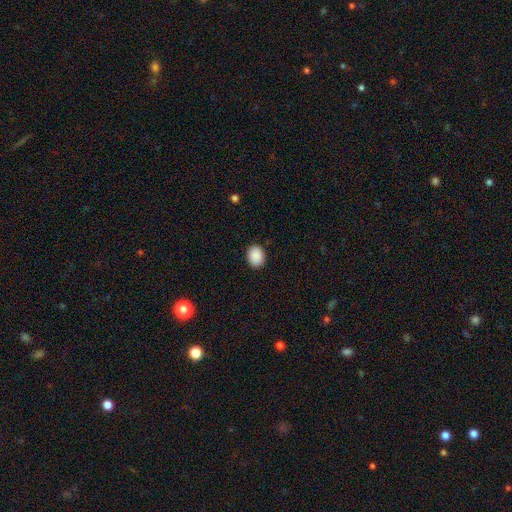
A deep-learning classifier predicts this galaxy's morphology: This is clearly a smooth galaxy (90%). How rounded: possibly in between (54%). Merging: clearly none (89%).